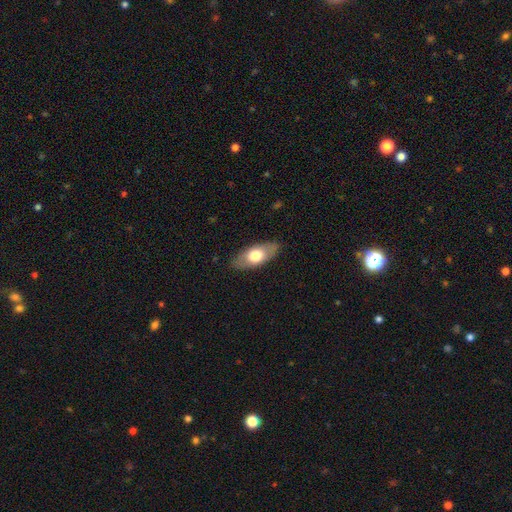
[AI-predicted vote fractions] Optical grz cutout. It shows a smooth galaxy with no disk features (64%) that is in between round and cigar-shaped (87%). Merging: none (85%).